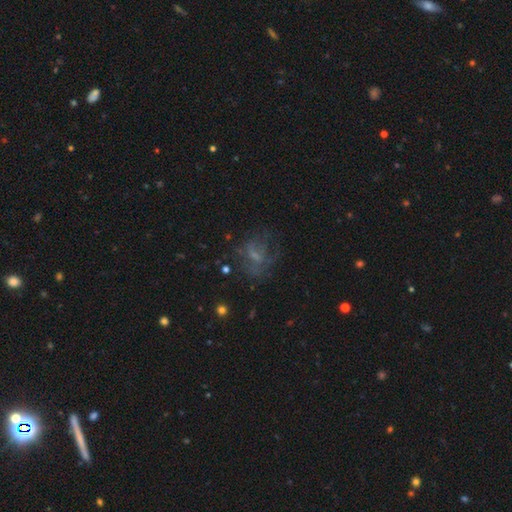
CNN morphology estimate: The model was most divided on "smooth or featured": featured or disk: 46%, smooth: 32%, star or artifact: 22%. More confident: merging — none (50%).